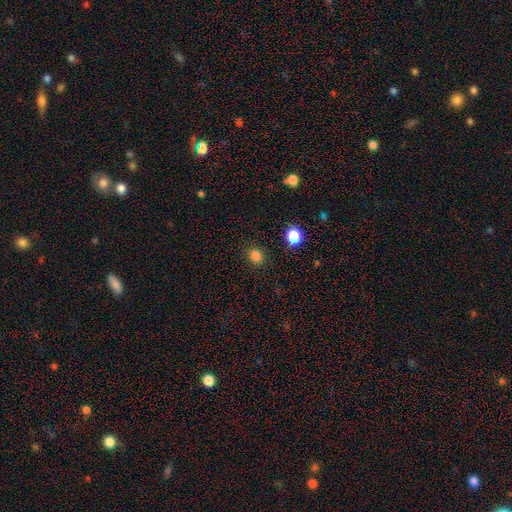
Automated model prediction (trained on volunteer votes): Smooth or featured?
  - smooth: 82% *
  - star or artifact: 14%
  - featured or disk: 4%
How rounded?
  - round: 66% *
  - in between: 33%
  - cigar-shaped: 1%
Merging?
  - none: 89% *
  - minor disturbance: 7%
  - major disturbance: 2%
  - merger: 2%